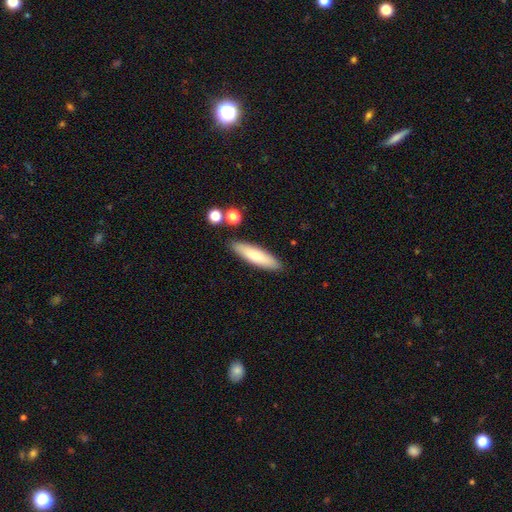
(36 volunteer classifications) smooth 69%, featured or disk 25%, star or artifact 6%. Down the decision tree: how rounded — cigar-shaped (80%); merging — none (97%).